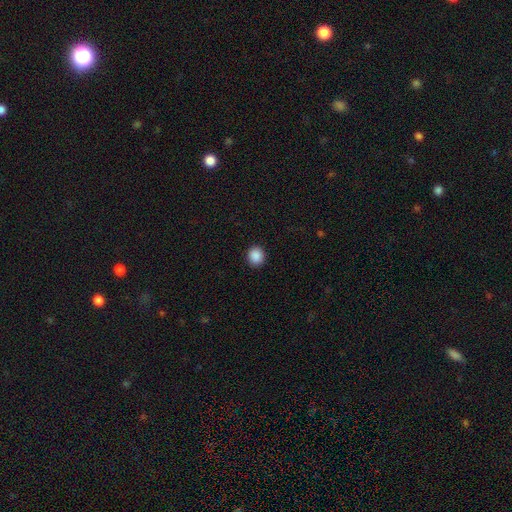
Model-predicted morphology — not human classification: smooth-or-featured: smooth: 89% | star or artifact: 9% | featured or disk: 2%
  how-rounded: round: 82% | in between: 17% | cigar-shaped: 1%
  merging: none: 92% | minor disturbance: 6% | major disturbance: 2% | merger: 1%